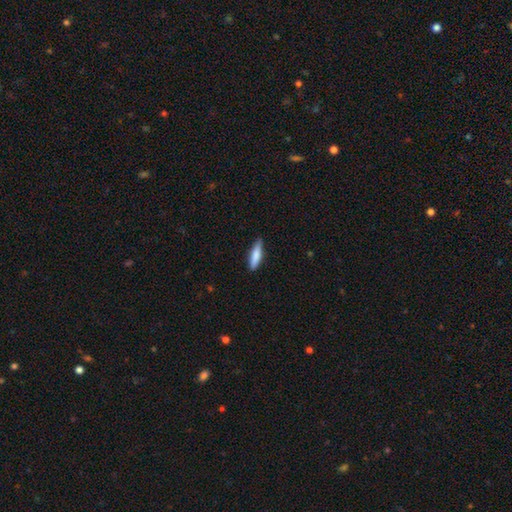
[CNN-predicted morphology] This is likely a smooth galaxy (79%). How rounded: likely cigar-shaped (74%). Merging: clearly none (83%).